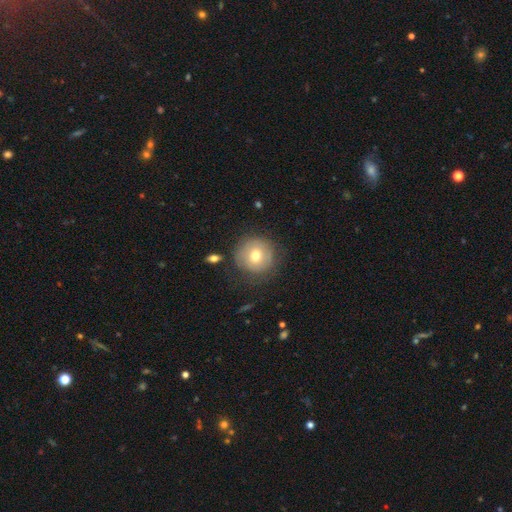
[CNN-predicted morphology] Overall: smooth (64%; featured or disk 28%). How rounded: round (92%). Merging: none (75%).